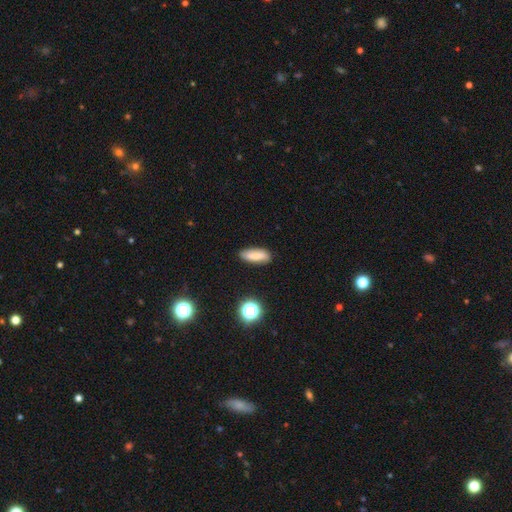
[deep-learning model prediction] A smooth galaxy with no disk features (76%) that is in between round and cigar-shaped (64%). Merging: none (82%).